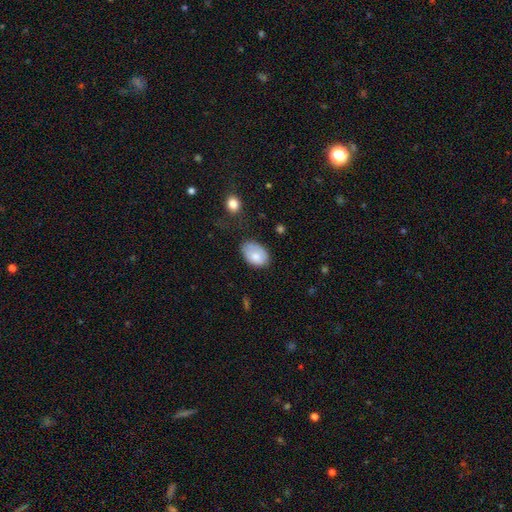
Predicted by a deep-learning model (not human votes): smooth_or_featured: smooth (p=0.76) [alt: featured or disk p=0.17]
how_rounded: in between (p=0.88) [alt: round p=0.11]
merging: none (p=0.55) [alt: minor disturbance p=0.32]